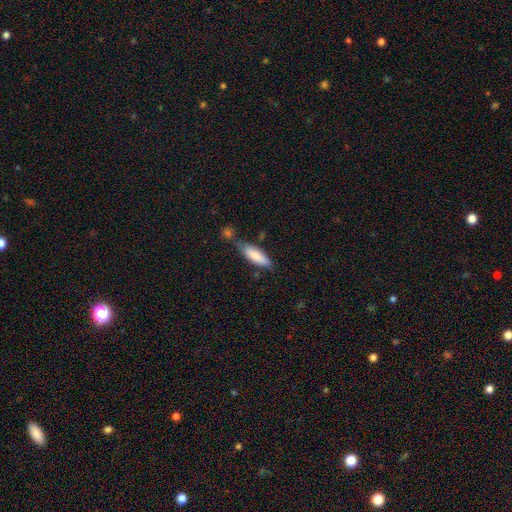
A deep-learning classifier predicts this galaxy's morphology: This is clearly a smooth galaxy (80%). How rounded: possibly in between (54%). Merging: possibly none (59%).